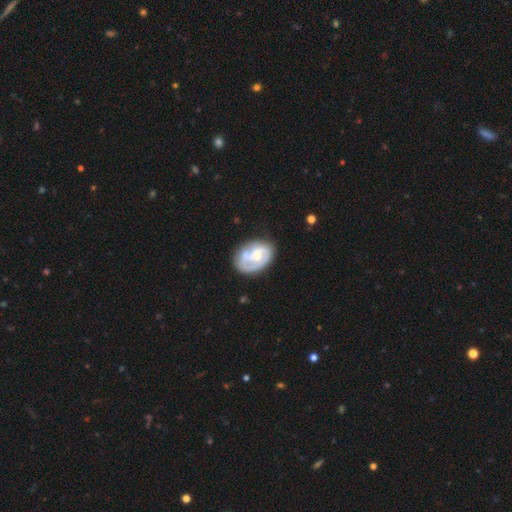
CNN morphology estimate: Smooth or featured?
  - featured or disk: 69% *
  - smooth: 25%
  - star or artifact: 5%
Edge-on disk?
  - no: 98% *
  - yes: 2%
Bar?
  - no: 56% *
  - weak: 36%
  - strong: 8%
Spiral arms?
  - yes: 85% *
  - no: 15%
Spiral winding?
  - tight: 50% *
  - medium: 35%
  - loose: 15%
Spiral arm count?
  - 2: 40% *
  - 1: 33%
  - can't tell: 19%
  - 3: 6%
  - 4: 2%
  - more than 4: 2%
Bulge size?
  - moderate: 40% *
  - small: 32%
  - none: 15%
  - large: 11%
  - dominant: 2%
Merging?
  - none: 62% *
  - minor disturbance: 23%
  - major disturbance: 12%
  - merger: 3%